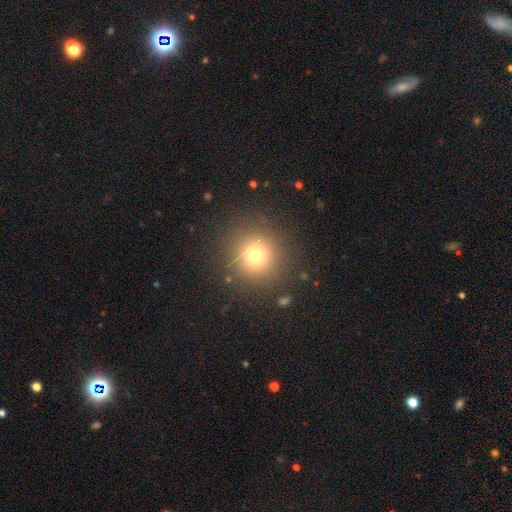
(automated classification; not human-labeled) Morphology: type=smooth (72%); roundness=round (95%); merging=none (88%).